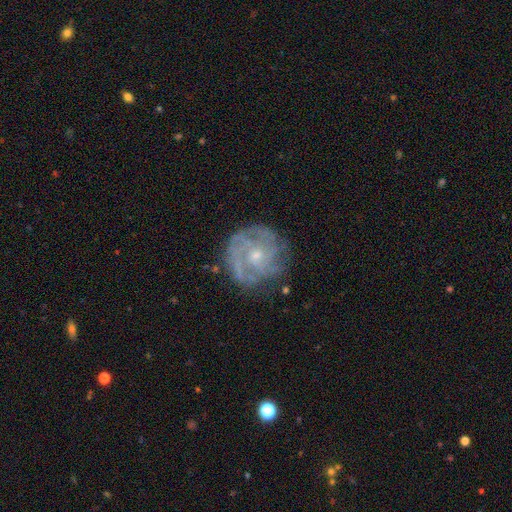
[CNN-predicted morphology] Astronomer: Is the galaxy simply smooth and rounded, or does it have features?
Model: featured or disk — 80%.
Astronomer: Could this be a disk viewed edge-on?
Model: no — 98%.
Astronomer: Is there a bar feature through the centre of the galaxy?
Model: no — 75%.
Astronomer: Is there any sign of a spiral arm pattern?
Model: yes — 91%.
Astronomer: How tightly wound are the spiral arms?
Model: tight — 65%.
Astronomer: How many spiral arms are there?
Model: can't tell — 36% (runner-up: 3, 24%).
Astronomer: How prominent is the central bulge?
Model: small — 60% (runner-up: moderate, 36%).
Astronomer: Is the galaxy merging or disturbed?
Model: none — 76%.